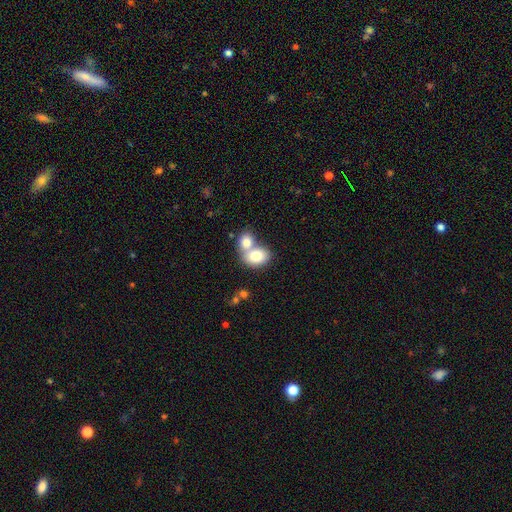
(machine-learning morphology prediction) Q: Smooth or featured?
A: smooth (79%); runner-up: featured or disk (13%)
Q: How rounded?
A: in between (67%); runner-up: round (32%)
Q: Merging?
A: merger (65%); runner-up: none (26%)